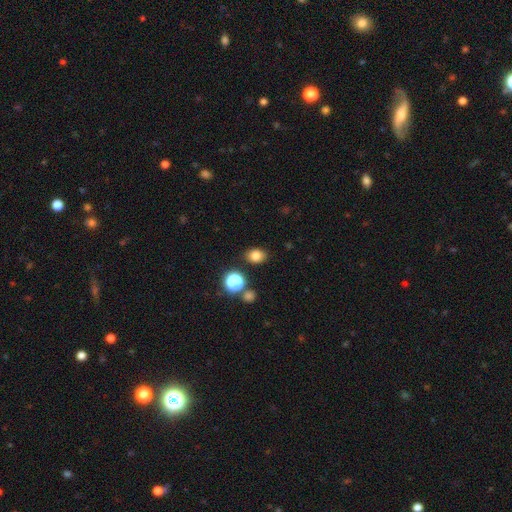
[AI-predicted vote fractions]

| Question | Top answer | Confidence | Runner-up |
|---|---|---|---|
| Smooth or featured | smooth | 80% | star or artifact (14%) |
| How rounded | in between | 59% | round (40%) |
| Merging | none | 84% | minor disturbance (10%) |